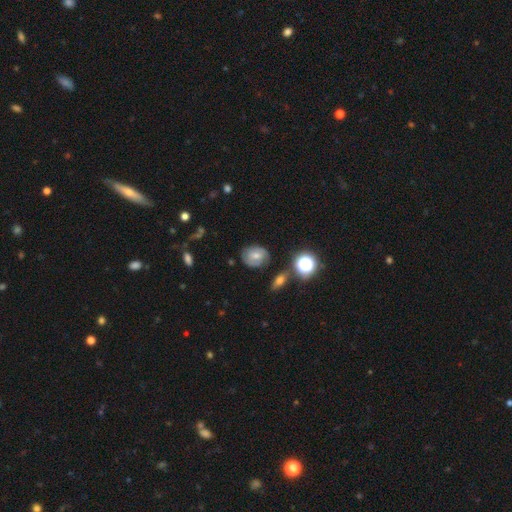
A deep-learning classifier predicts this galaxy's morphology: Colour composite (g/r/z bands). It shows a featured or disk galaxy (44%). Merging: none (72%).